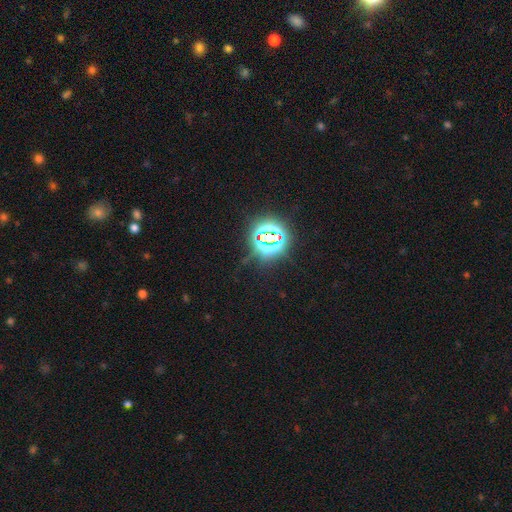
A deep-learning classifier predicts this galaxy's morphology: Overall: star or artifact (82%).